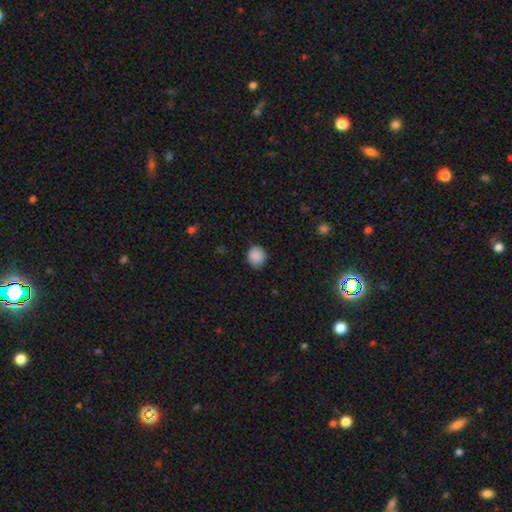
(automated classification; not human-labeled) Smooth or featured? smooth (87%)
How rounded? round (78%)
Merging? none (82%)